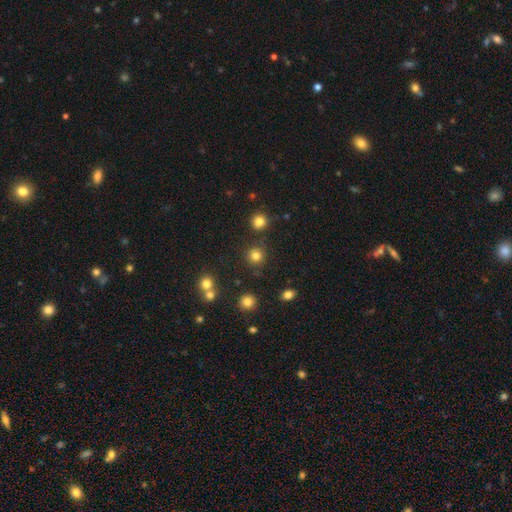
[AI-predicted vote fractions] smooth-or-featured: smooth: 81% | star or artifact: 14% | featured or disk: 5%
  how-rounded: round: 93% | in between: 6% | cigar-shaped: 1%
  merging: none: 86% | minor disturbance: 7% | merger: 4% | major disturbance: 3%